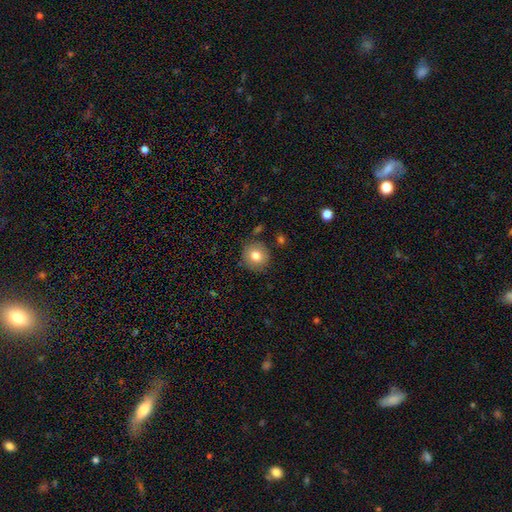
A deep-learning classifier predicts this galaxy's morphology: The model was most divided on "smooth or featured": smooth: 80%, featured or disk: 11%, star or artifact: 9%. More confident: how rounded — round (91%); merging — none (86%).